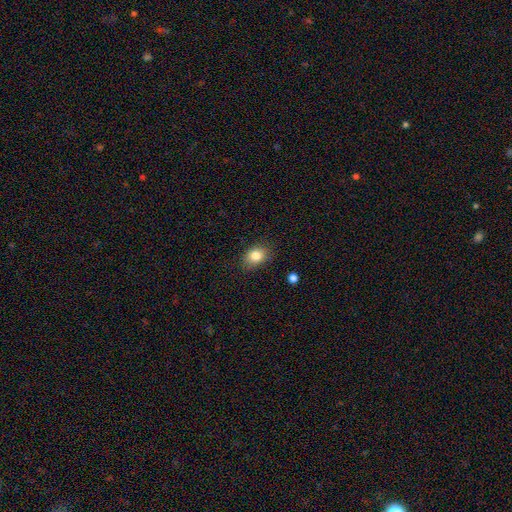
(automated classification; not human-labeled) Smooth or featured: smooth — 83% (star or artifact — 10%)
How rounded: in between — 60% (round — 38%)
Merging: none — 82% (minor disturbance — 14%)